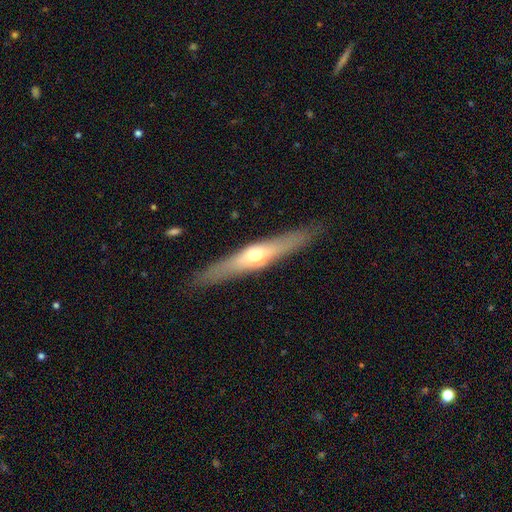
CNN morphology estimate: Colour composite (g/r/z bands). It shows a featured or disk galaxy (59%) viewed edge-on (89%) with a rounded central bulge (89%). Merging: none (87%).